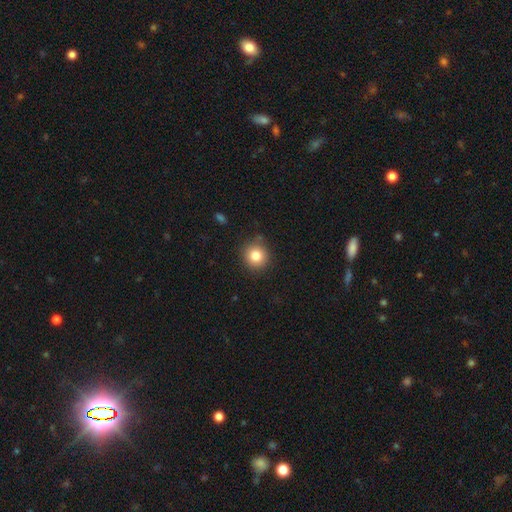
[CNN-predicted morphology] smooth_or_featured: smooth (p=0.82) [alt: star or artifact p=0.11]
how_rounded: round (p=0.91) [alt: in between p=0.08]
merging: none (p=0.85) [alt: minor disturbance p=0.10]